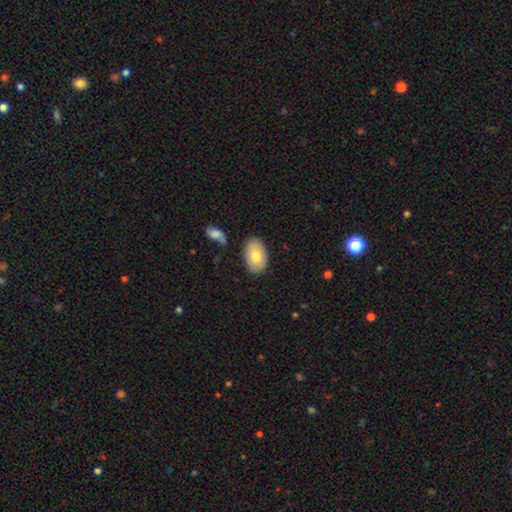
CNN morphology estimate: Smooth or featured: smooth — 77% (featured or disk — 17%)
How rounded: in between — 91% (round — 8%)
Merging: none — 83% (minor disturbance — 12%)